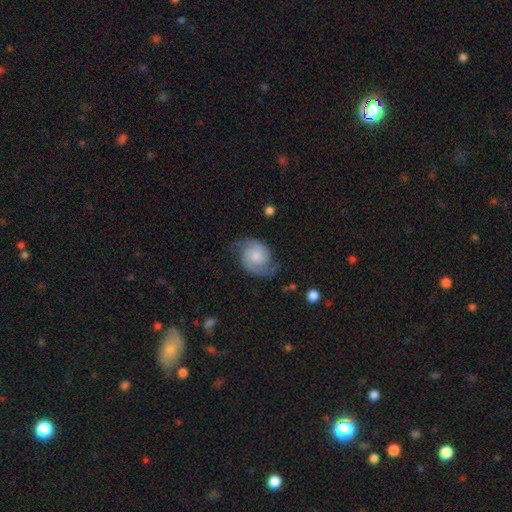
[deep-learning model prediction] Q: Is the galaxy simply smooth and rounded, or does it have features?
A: featured or disk — 74%.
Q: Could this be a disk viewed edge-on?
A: no — 98%.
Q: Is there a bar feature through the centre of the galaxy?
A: no — 72%.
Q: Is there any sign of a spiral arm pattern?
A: yes — 95%.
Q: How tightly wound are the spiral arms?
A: medium — 48%.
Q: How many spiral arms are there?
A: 2 — 91%.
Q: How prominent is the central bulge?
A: small — 33%.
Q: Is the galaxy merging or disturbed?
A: none — 67%.